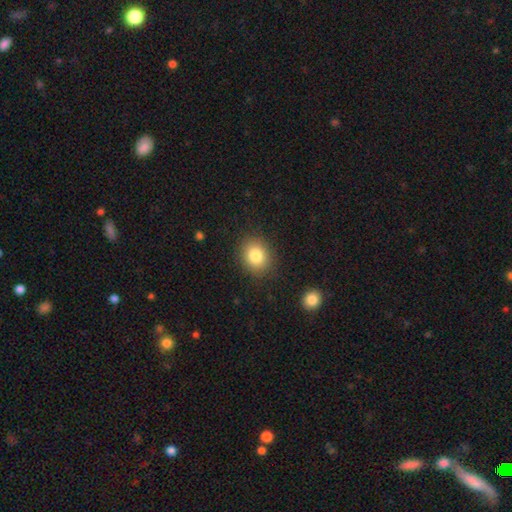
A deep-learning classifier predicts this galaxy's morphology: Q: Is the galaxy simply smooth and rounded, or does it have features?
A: smooth — 82%.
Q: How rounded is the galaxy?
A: round — 66%.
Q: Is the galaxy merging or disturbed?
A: none — 88%.